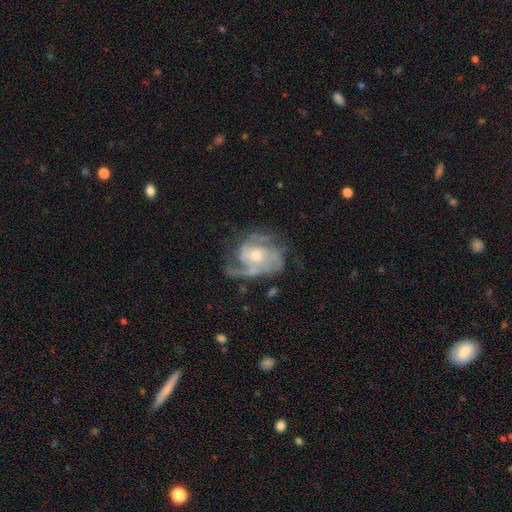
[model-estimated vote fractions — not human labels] Smooth or featured?
  - featured or disk: 85% *
  - smooth: 9%
  - star or artifact: 6%
Edge-on disk?
  - no: 98% *
  - yes: 2%
Bar?
  - no: 72% *
  - weak: 23%
  - strong: 4%
Spiral arms?
  - yes: 92% *
  - no: 8%
Spiral winding?
  - medium: 44% *
  - tight: 36%
  - loose: 20%
Spiral arm count?
  - 3: 28% *
  - 2: 25%
  - can't tell: 24%
  - 4: 9%
  - 1: 8%
  - more than 4: 5%
Bulge size?
  - moderate: 58% *
  - small: 36%
  - large: 4%
  - none: 2%
  - dominant: 1%
Merging?
  - none: 52% *
  - major disturbance: 23%
  - minor disturbance: 23%
  - merger: 2%